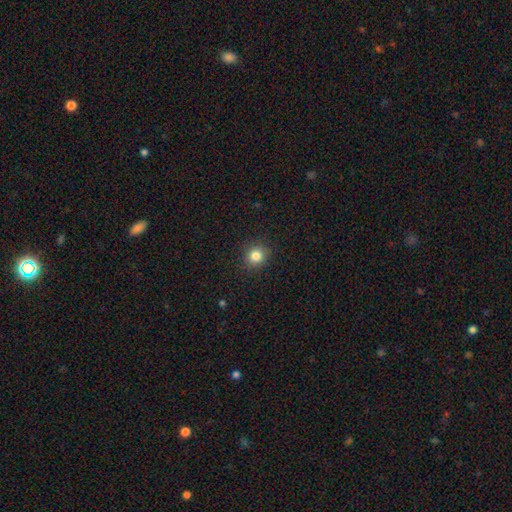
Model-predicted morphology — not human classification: A smooth galaxy with no disk features (82%) that is round (87%). Merging: none (90%).